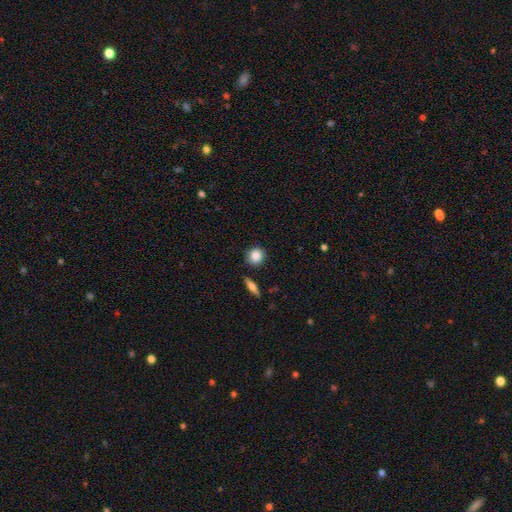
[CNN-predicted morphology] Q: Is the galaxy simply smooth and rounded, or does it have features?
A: smooth — 84%.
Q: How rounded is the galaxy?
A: round — 82%.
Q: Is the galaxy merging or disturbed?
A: none — 82%.